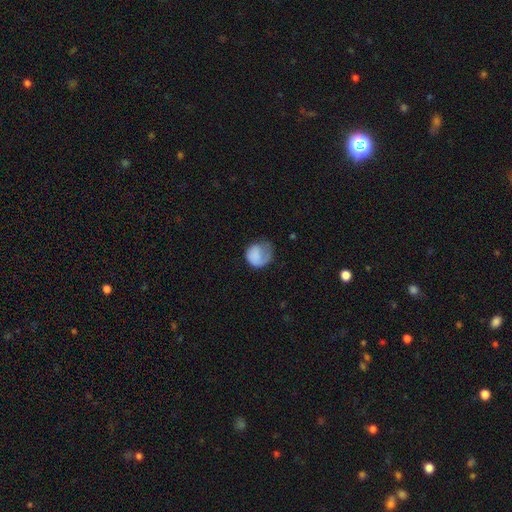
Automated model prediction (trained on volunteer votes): This is likely a smooth galaxy (72%). How rounded: likely round (69%). Merging: marginally major disturbance (38%).